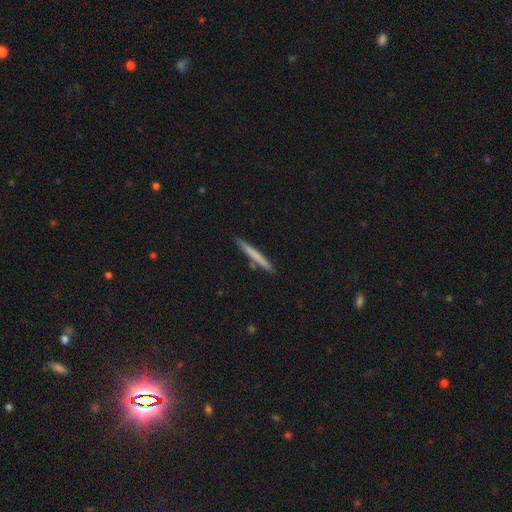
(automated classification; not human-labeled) Overall: smooth (66%; featured or disk 29%). How rounded: cigar-shaped (97%). Merging: none (88%).